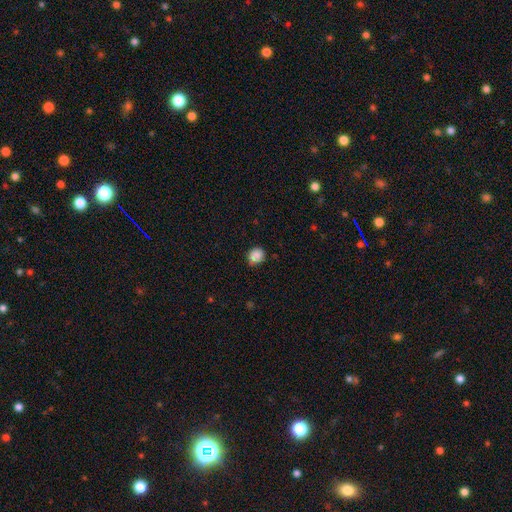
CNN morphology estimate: The model was most divided on "how rounded": round: 66%, in between: 33%, cigar-shaped: 1%. More confident: smooth or featured — smooth (88%); merging — none (76%).